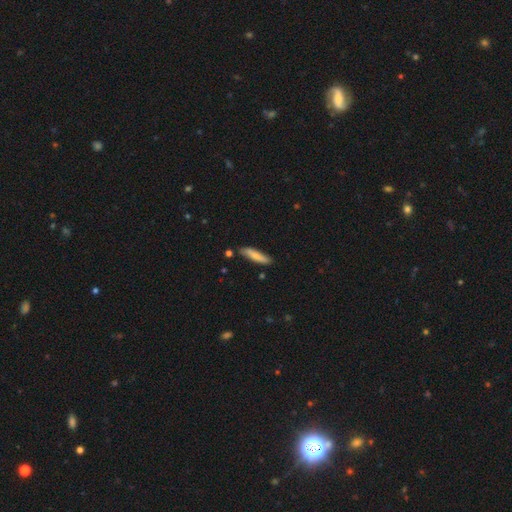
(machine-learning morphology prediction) smooth 76%, featured or disk 18%, star or artifact 6%. Down the decision tree: how rounded — cigar-shaped (82%); merging — none (83%).